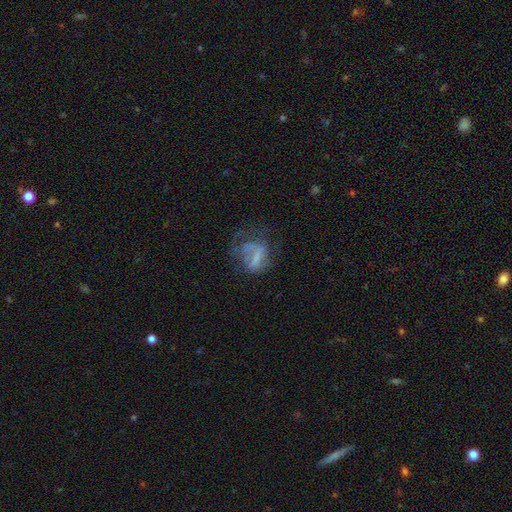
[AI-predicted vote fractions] Smooth or featured: featured or disk — 46% (smooth — 40%)
Merging: major disturbance — 46% (none — 30%)